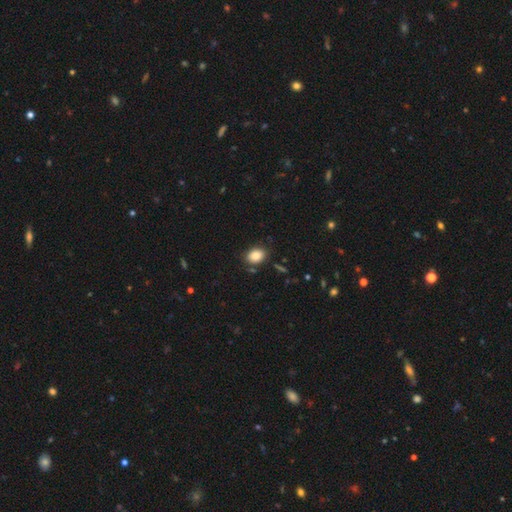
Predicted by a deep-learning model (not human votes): Q: Smooth or featured?
A: smooth (86%); runner-up: star or artifact (9%)
Q: How rounded?
A: in between (68%); runner-up: round (31%)
Q: Merging?
A: none (81%); runner-up: minor disturbance (12%)